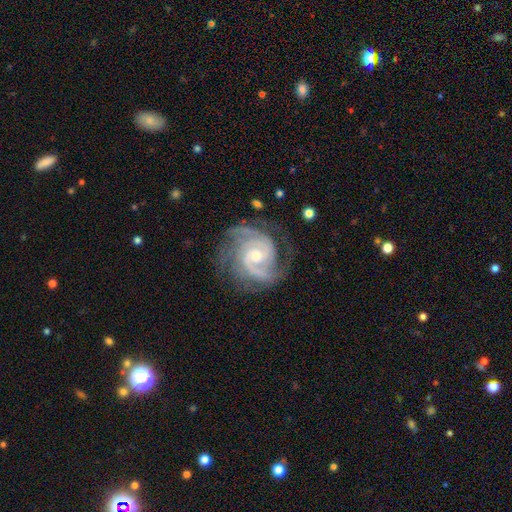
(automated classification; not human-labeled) Smooth or featured? Predicted: featured or disk (p=0.92). Edge-on disk? Predicted: no (p=0.98). Bar? Predicted: no (p=0.58). Spiral arms? Predicted: yes (p=0.98). Spiral winding? Predicted: tight (p=0.61). Spiral arm count? Predicted: 2 (p=0.39). Bulge size? Predicted: small (p=0.49). Merging? Predicted: none (p=0.73).